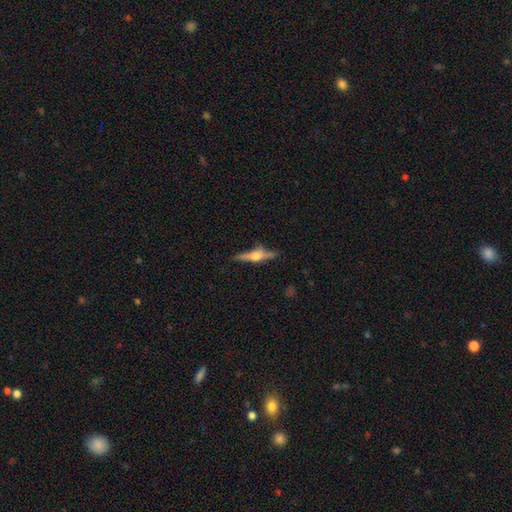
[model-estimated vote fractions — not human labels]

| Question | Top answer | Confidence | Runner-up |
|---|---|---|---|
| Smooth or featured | featured or disk | 70% | smooth (22%) |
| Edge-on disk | yes | 97% | no (3%) |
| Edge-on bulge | rounded | 92% | boxy (5%) |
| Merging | none | 82% | minor disturbance (12%) |